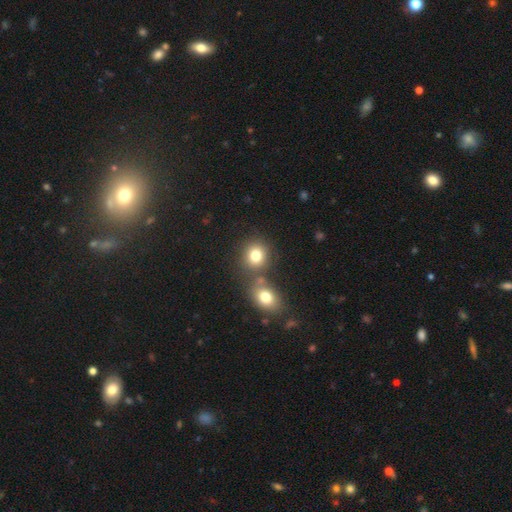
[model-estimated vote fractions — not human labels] Q: Smooth or featured?
A: smooth (79%); runner-up: star or artifact (12%)
Q: How rounded?
A: round (77%); runner-up: in between (22%)
Q: Merging?
A: none (60%); runner-up: merger (28%)